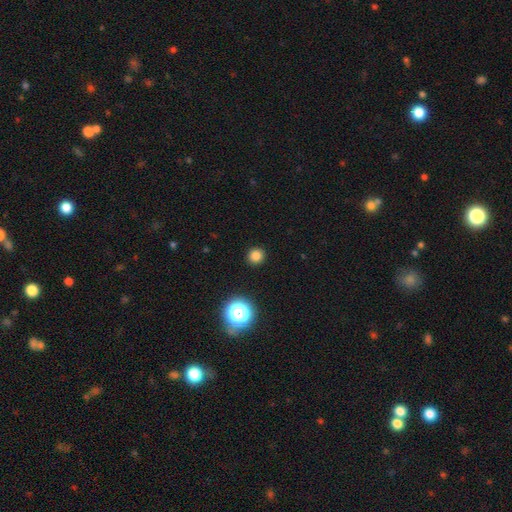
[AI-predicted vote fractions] smooth_or_featured: smooth (p=0.80) [alt: star or artifact p=0.16]
how_rounded: round (p=0.94) [alt: in between p=0.05]
merging: none (p=0.92) [alt: minor disturbance p=0.05]